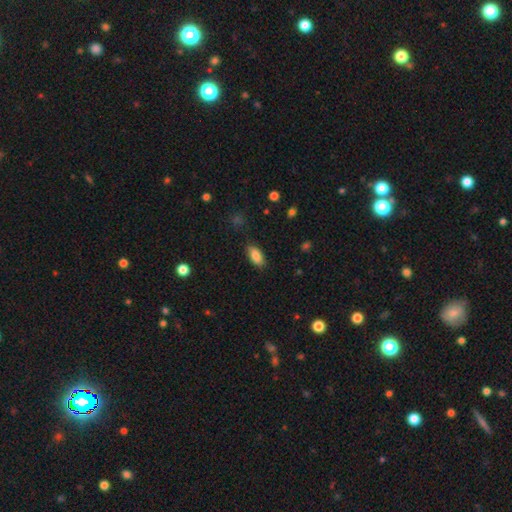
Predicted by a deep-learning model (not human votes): A smooth galaxy with no disk features (87%) that is in between round and cigar-shaped (89%). Merging: none (84%).